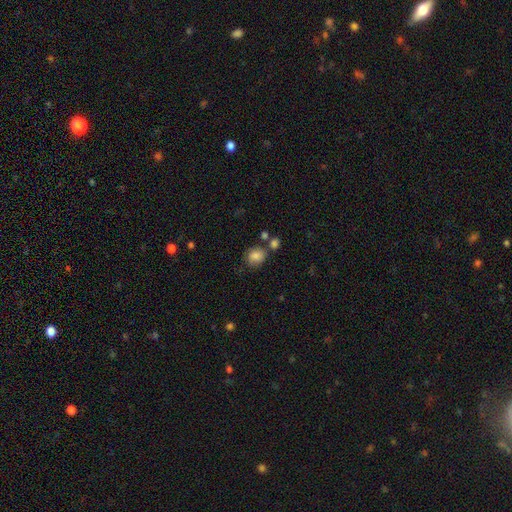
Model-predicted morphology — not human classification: This is clearly a smooth galaxy (83%). How rounded: likely round (69%). Merging: likely none (63%).